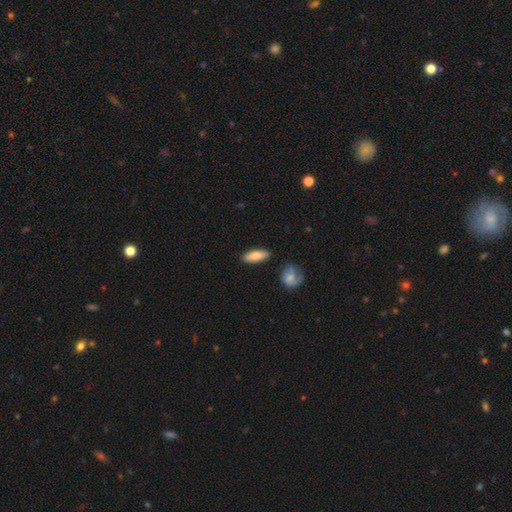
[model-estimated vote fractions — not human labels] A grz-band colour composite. It shows a smooth galaxy with no disk features (80%) that is in between round and cigar-shaped (69%). Merging: none (84%).